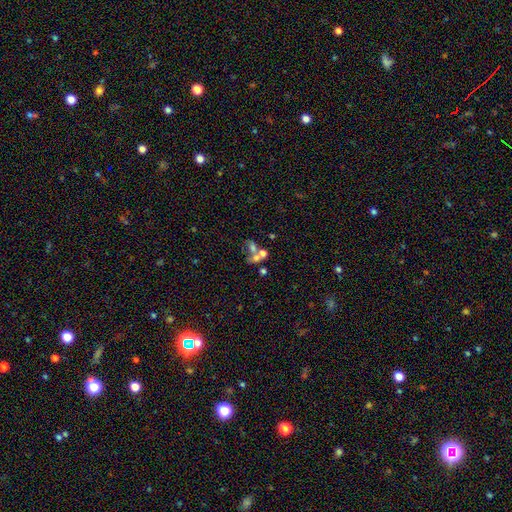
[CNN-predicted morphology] A smooth galaxy with no disk features (42%).

Vote fractions:
- Smooth or featured? smooth: 42% / featured or disk: 31% / star or artifact: 27%
- Merging? merger: 55% / none: 29% / major disturbance: 9% / minor disturbance: 8%